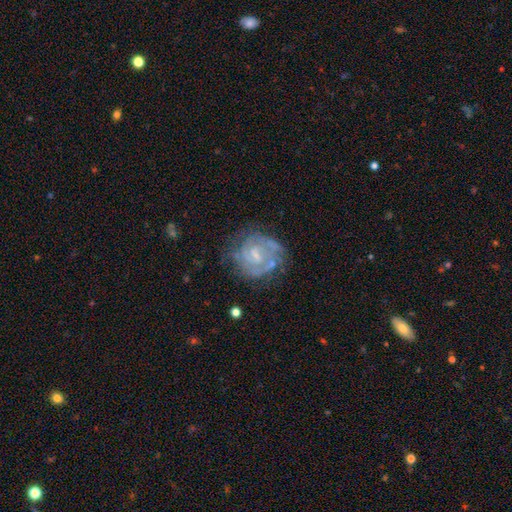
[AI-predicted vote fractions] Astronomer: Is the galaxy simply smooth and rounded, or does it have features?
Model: featured or disk — 78%.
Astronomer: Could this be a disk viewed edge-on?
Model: no — 98%.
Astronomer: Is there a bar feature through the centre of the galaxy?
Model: weak — 54% (runner-up: no, 31%).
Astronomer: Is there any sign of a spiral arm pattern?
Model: yes — 79%.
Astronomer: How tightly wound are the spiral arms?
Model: tight — 58%.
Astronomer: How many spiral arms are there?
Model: can't tell — 38% (runner-up: 2, 36%).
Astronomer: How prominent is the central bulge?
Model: small — 47% (runner-up: moderate, 27%).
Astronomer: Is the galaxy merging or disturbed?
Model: none — 60%.